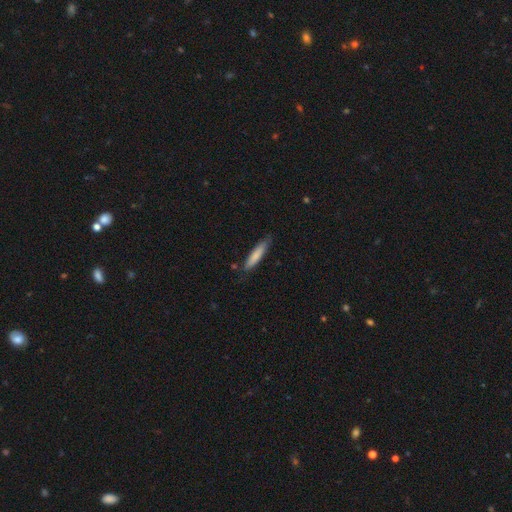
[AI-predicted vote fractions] Overall: smooth (79%). How rounded: cigar-shaped (86%). Merging: none (79%).